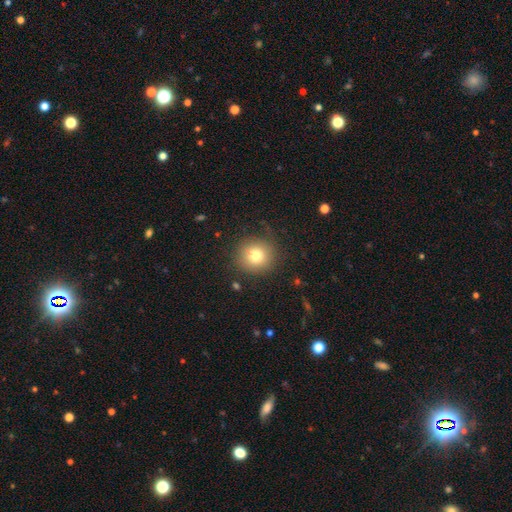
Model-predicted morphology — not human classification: This is likely a smooth galaxy (78%). How rounded: clearly round (91%). Merging: clearly none (82%).